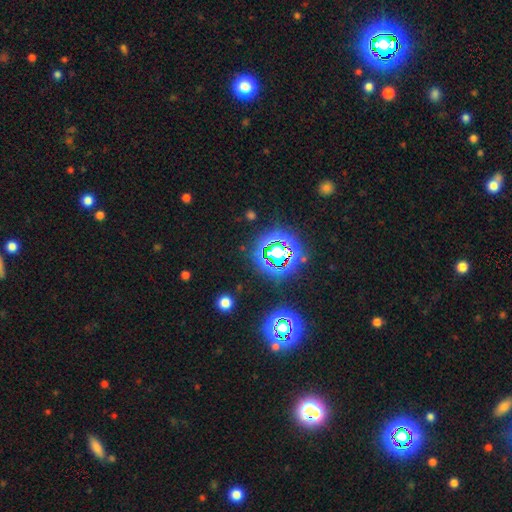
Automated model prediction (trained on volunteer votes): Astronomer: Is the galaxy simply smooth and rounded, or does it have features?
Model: star or artifact — 79%.